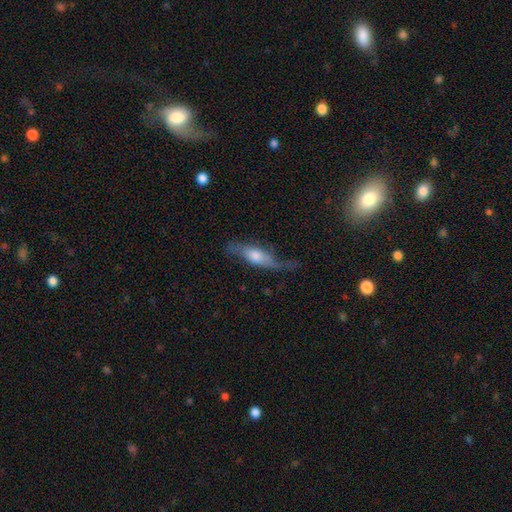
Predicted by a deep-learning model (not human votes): featured or disk 63%, smooth 29%, star or artifact 8%. Down the decision tree: edge-on disk — yes (59%); merging — none (55%).